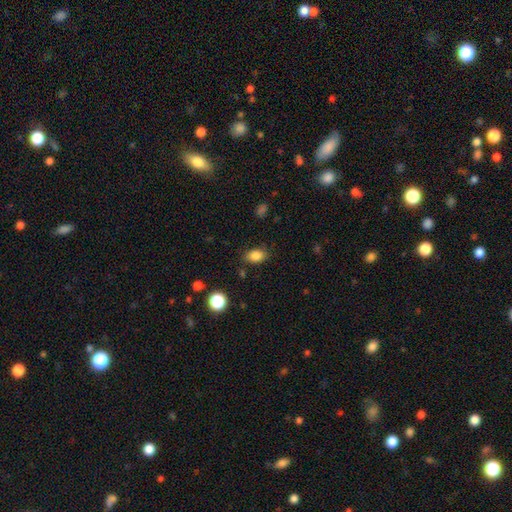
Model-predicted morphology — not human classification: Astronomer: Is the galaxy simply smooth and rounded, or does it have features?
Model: smooth — 85%.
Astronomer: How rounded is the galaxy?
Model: in between — 82%.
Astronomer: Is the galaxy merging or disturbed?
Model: none — 82%.